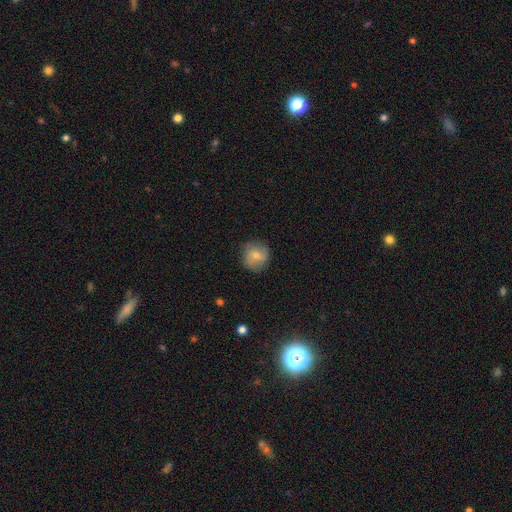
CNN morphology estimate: Smooth or featured?
  - smooth: 69% *
  - featured or disk: 22%
  - star or artifact: 9%
How rounded?
  - round: 89% *
  - in between: 9%
  - cigar-shaped: 1%
Merging?
  - none: 80% *
  - minor disturbance: 15%
  - major disturbance: 4%
  - merger: 1%